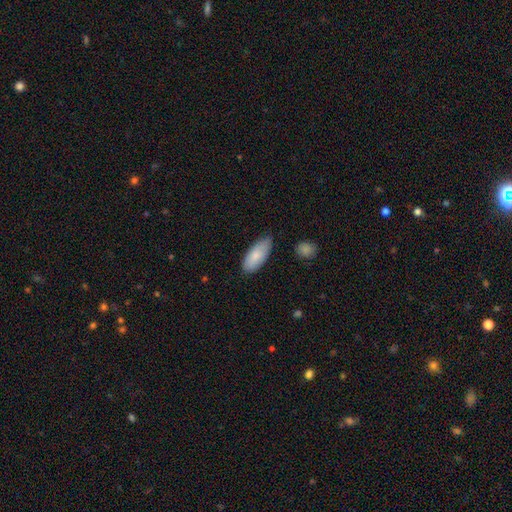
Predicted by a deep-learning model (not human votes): Smooth or featured: smooth — 83% (featured or disk — 11%)
How rounded: in between — 86% (cigar-shaped — 13%)
Merging: none — 71% (minor disturbance — 23%)